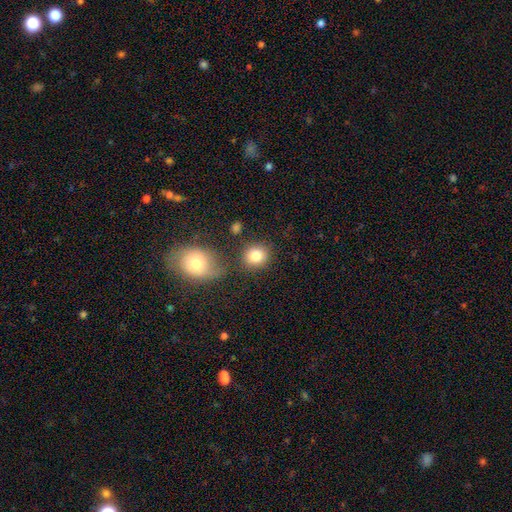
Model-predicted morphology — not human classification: Overall: smooth (84%). How rounded: round (80%). Merging: none (76%).